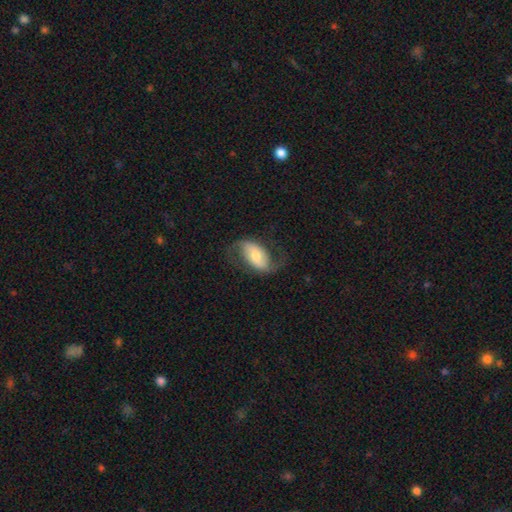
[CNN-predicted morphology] A featured or disk galaxy (74%) with no bar (38%), 2 (91%) loose (59%) spiral arms (91%) and a moderate central bulge (55%).

Vote fractions:
- Smooth or featured? featured or disk: 74% / smooth: 20% / star or artifact: 6%
- Edge-on disk? no: 96% / yes: 4%
- Bar? no: 38% / weak: 37% / strong: 25%
- Spiral arms? yes: 91% / no: 9%
- Spiral winding? loose: 59% / medium: 32% / tight: 9%
- Spiral arm count? 2: 91% / can't tell: 4% / 1: 3% / 3: 1% / 4: 1% / more than 4: 1%
- Bulge size? moderate: 55% / small: 32% / large: 10% / dominant: 2% / none: 2%
- Merging? none: 69% / minor disturbance: 16% / major disturbance: 13% / merger: 1%